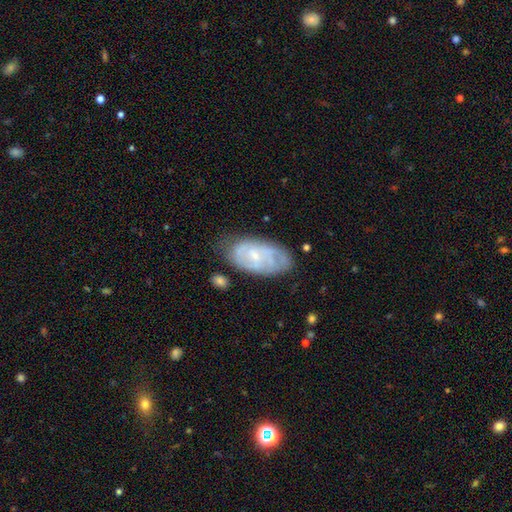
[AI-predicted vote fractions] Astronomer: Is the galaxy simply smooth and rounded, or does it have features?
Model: featured or disk — 66%.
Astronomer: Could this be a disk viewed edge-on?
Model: no — 95%.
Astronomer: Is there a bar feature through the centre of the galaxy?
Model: no — 57% (runner-up: weak, 36%).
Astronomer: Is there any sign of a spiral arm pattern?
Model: yes — 77%.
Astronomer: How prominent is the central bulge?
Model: small — 66%.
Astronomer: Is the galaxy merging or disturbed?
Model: none — 63%.